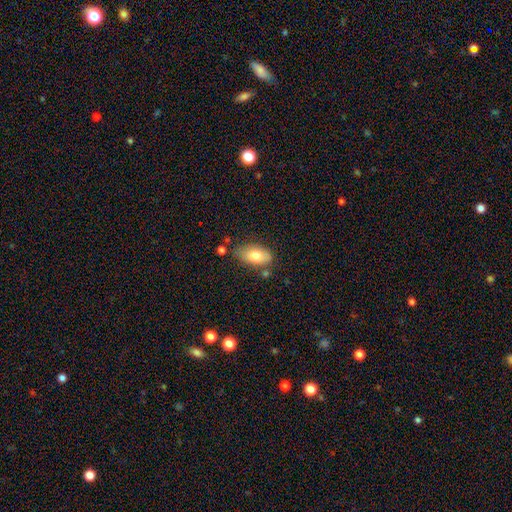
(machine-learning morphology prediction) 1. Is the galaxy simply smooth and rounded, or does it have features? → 78% smooth, 15% featured or disk, 7% star or artifact.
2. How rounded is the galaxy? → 92% in between, 5% round, 3% cigar-shaped.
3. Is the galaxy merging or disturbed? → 71% none, 19% minor disturbance, 6% merger, 4% major disturbance.